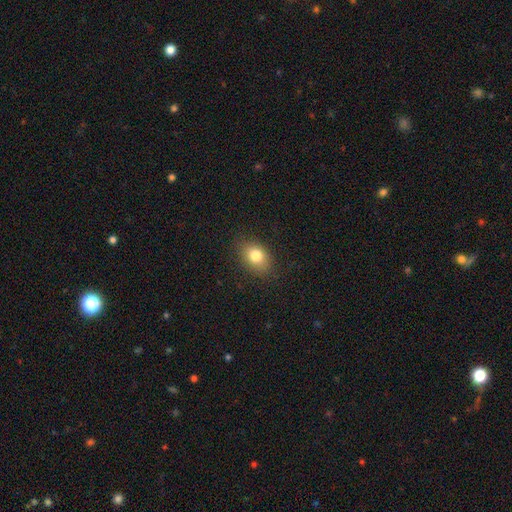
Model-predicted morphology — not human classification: smooth_or_featured: smooth (p=0.80) [alt: star or artifact p=0.10]
how_rounded: in between (p=0.74) [alt: round p=0.25]
merging: none (p=0.84) [alt: minor disturbance p=0.12]